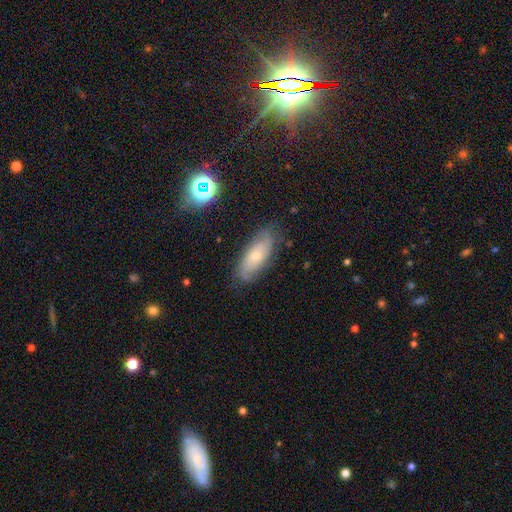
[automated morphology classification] Smooth or featured? featured or disk (51%)
Edge-on disk? no (84%)
Merging? none (75%)